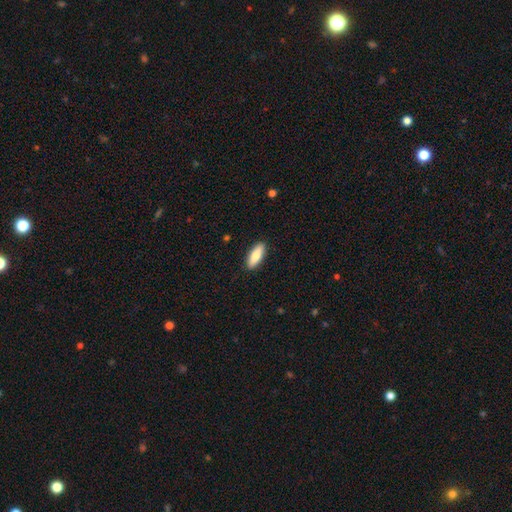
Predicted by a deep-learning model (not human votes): Smooth or featured? Predicted: smooth (p=0.79). How rounded? Predicted: in between (p=0.64). Merging? Predicted: none (p=0.90).